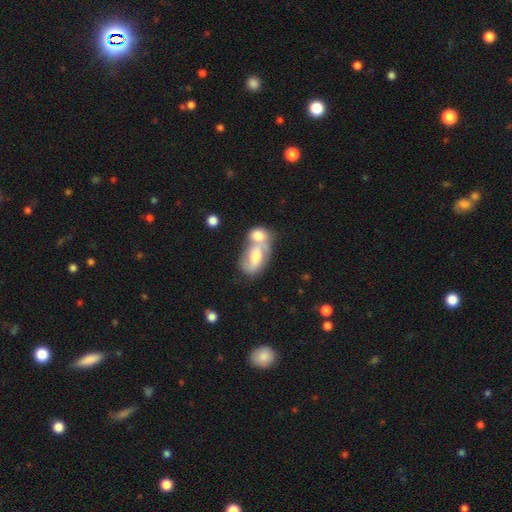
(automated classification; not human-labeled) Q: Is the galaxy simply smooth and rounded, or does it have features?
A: featured or disk — 52%.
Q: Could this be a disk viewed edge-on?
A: no — 95%.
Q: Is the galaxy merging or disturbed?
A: merger — 66%.